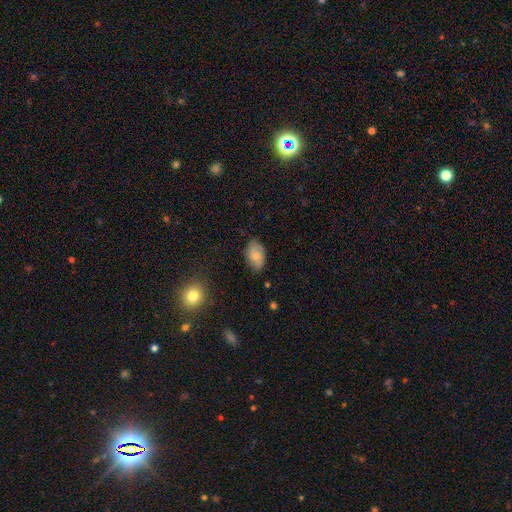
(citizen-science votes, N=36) Q: Smooth or featured?
A: smooth (75%); runner-up: featured or disk (19%)
Q: How rounded?
A: in between (96%); runner-up: round (4%)
Q: Merging?
A: none (82%); runner-up: minor disturbance (15%)